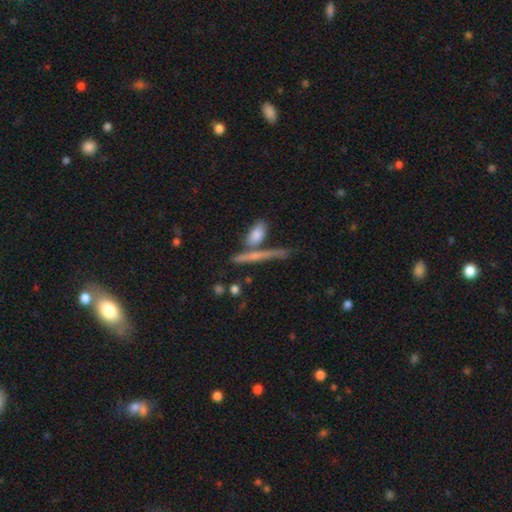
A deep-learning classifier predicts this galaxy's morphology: featured or disk 46%, smooth 45%, star or artifact 10%. Down the decision tree: merging — none (64%).